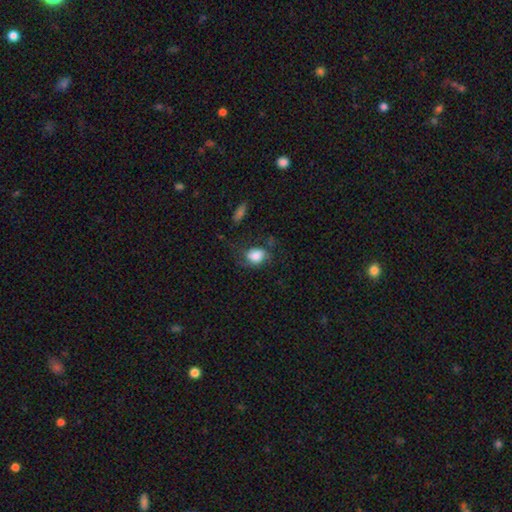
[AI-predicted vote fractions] smooth 70%, featured or disk 21%, star or artifact 9%. Down the decision tree: how rounded — in between (66%); merging — none (43%).